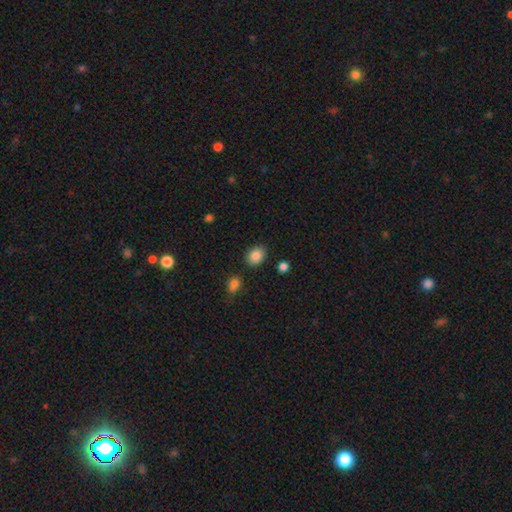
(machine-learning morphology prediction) This appears to be a smooth galaxy with no disk features (86%) that is in between round and cigar-shaped (58%). Merging: none (84%).